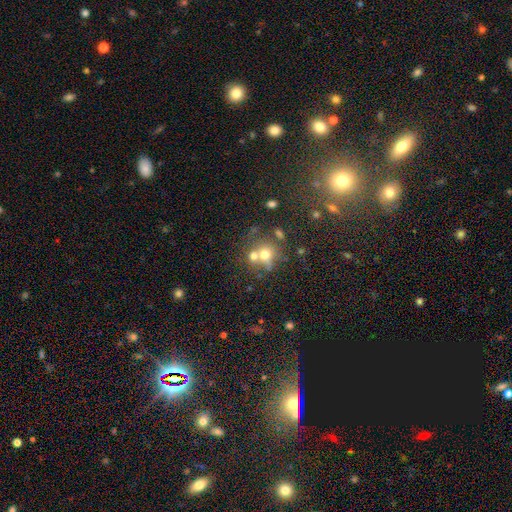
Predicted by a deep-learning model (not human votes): smooth-or-featured: smooth: 55% | star or artifact: 28% | featured or disk: 17%
  how-rounded: round: 83% | in between: 16% | cigar-shaped: 1%
  merging: none: 51% | merger: 34% | minor disturbance: 9% | major disturbance: 5%